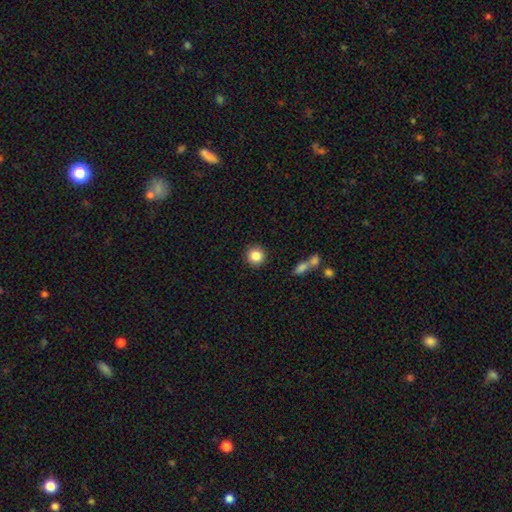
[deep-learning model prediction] A smooth galaxy with no disk features (85%) that is round (93%). Merging: none (90%).